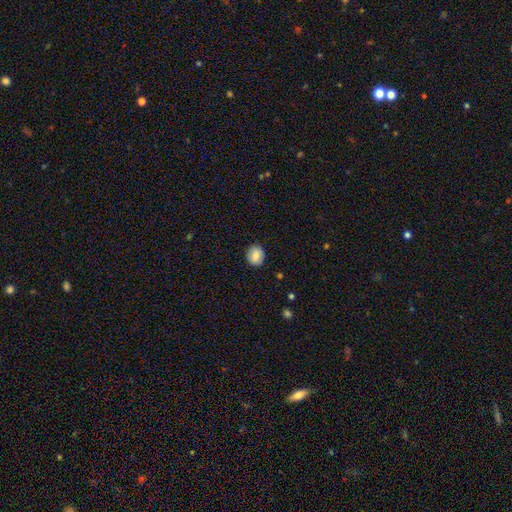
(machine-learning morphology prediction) Smooth or featured? Predicted: smooth (p=0.83). How rounded? Predicted: round (p=0.65). Merging? Predicted: none (p=0.87).